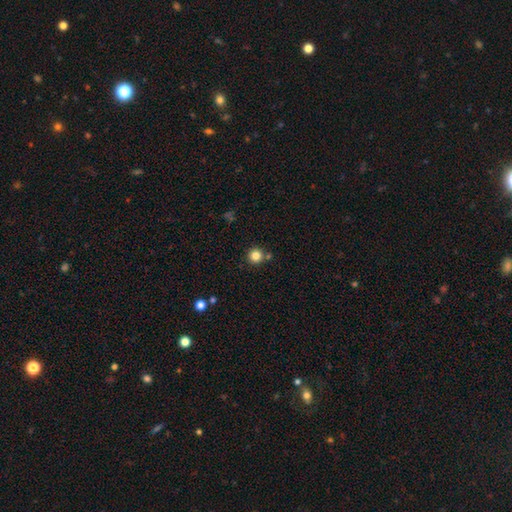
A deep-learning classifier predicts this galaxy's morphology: A smooth galaxy with no disk features (83%) that is round (95%).

Vote fractions:
- Smooth or featured? smooth: 83% / star or artifact: 12% / featured or disk: 5%
- How rounded? round: 95% / in between: 4% / cigar-shaped: 1%
- Merging? none: 81% / merger: 9% / minor disturbance: 7% / major disturbance: 2%